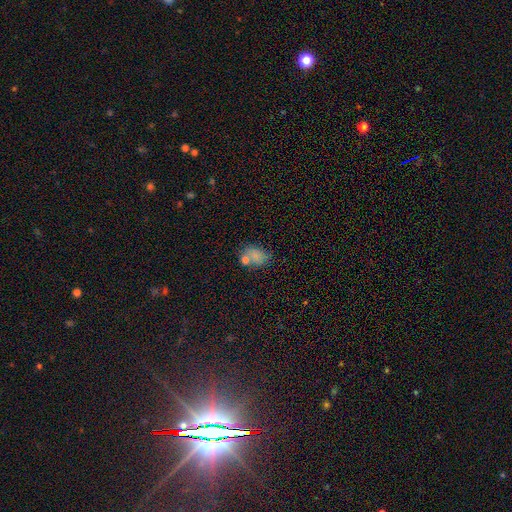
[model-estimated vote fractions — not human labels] Overall: smooth (71%). How rounded: in between (68%; round 31%). Merging: none (50%; merger 23%).